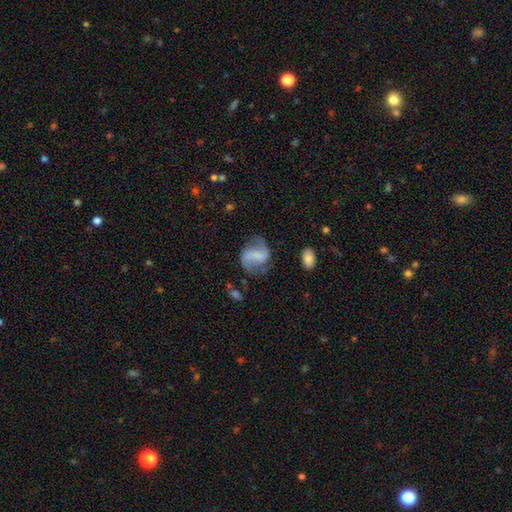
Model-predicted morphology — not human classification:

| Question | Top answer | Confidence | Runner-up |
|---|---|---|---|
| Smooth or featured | featured or disk | 79% | smooth (14%) |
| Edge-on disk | no | 98% | yes (2%) |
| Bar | weak | 41% | strong (37%) |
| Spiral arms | yes | 94% | no (6%) |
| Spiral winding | loose | 53% | medium (38%) |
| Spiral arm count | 2 | 91% | can't tell (3%) |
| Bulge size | none | 54% | small (26%) |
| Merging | none | 70% | minor disturbance (17%) |